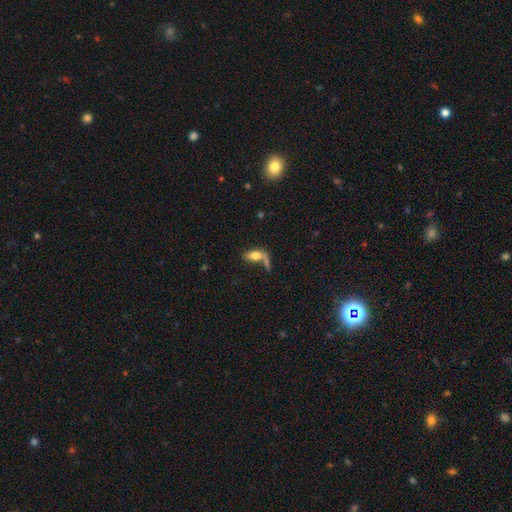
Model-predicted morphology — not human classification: Smooth or featured?
  - smooth: 73% *
  - featured or disk: 18%
  - star or artifact: 9%
How rounded?
  - in between: 83% *
  - cigar-shaped: 10%
  - round: 7%
Merging?
  - none: 36% *
  - merger: 34%
  - major disturbance: 15%
  - minor disturbance: 14%